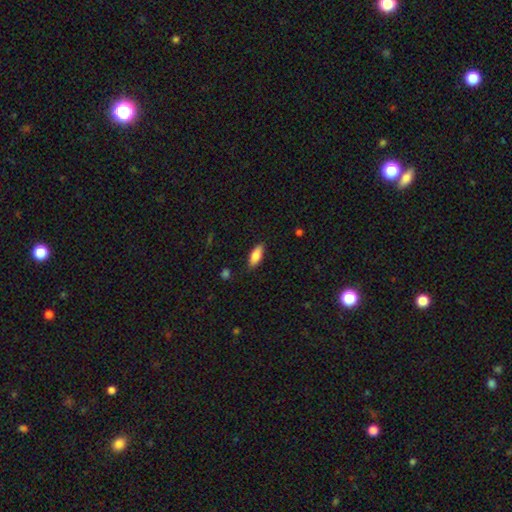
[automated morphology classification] Overall: smooth (80%). How rounded: in between (74%). Merging: none (85%).